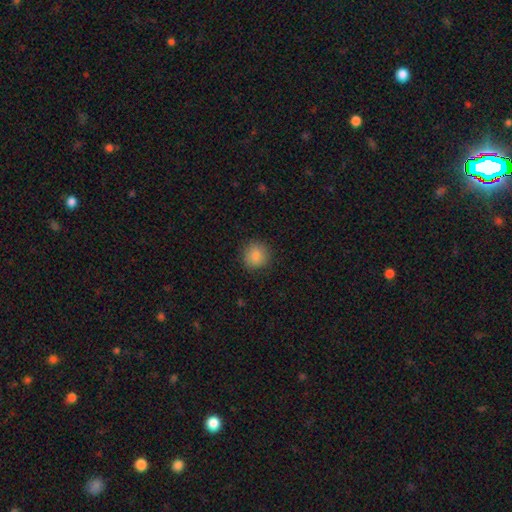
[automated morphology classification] smooth 86%, star or artifact 9%, featured or disk 4%. Down the decision tree: how rounded — round (86%); merging — none (86%).